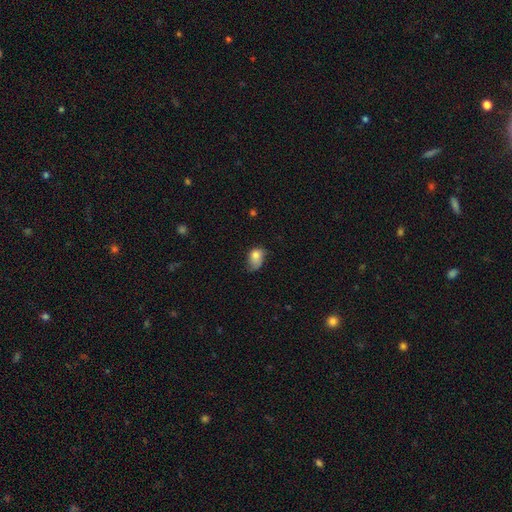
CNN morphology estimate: This is likely a smooth galaxy (79%). How rounded: likely in between (77%). Merging: marginally minor disturbance (44%).